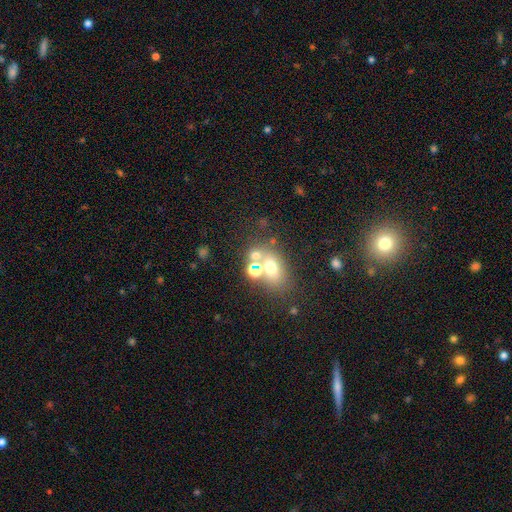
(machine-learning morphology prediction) This is possibly a smooth galaxy (59%). How rounded: possibly in between (52%). Merging: possibly none (50%).